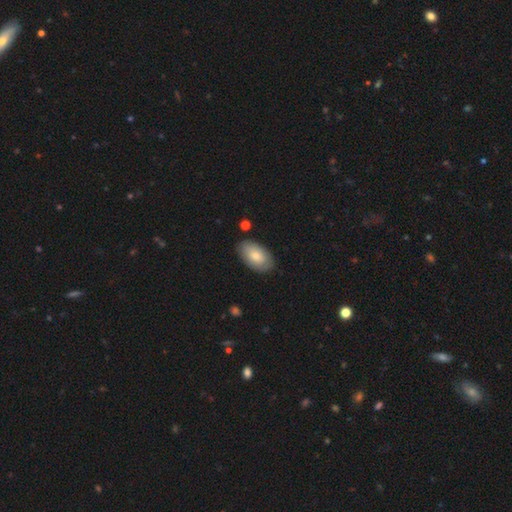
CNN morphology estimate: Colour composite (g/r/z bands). It shows a smooth galaxy with no disk features (78%) that is in between round and cigar-shaped (95%). Merging: none (84%).